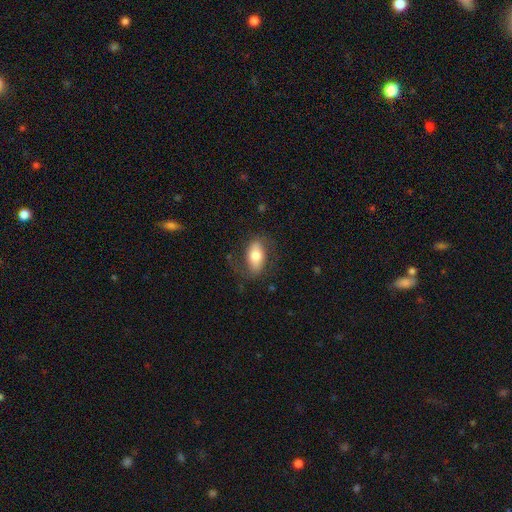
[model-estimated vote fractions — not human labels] Smooth or featured? Predicted: smooth (p=0.67). How rounded? Predicted: in between (p=0.89). Merging? Predicted: none (p=0.71).